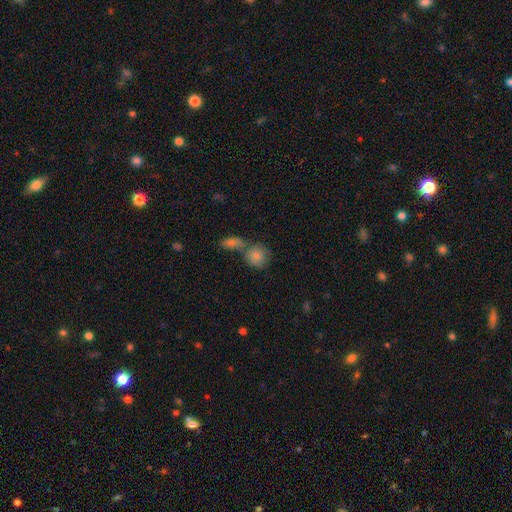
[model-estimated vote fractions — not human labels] Morphology: type=smooth (83%); roundness=round (79%); merging=none (43%, tied with merger).